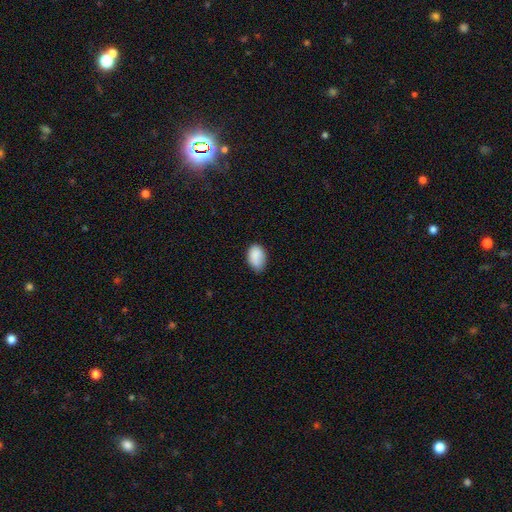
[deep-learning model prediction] Q: Smooth or featured?
A: smooth (87%); runner-up: star or artifact (7%)
Q: How rounded?
A: in between (85%); runner-up: round (14%)
Q: Merging?
A: none (61%); runner-up: minor disturbance (33%)